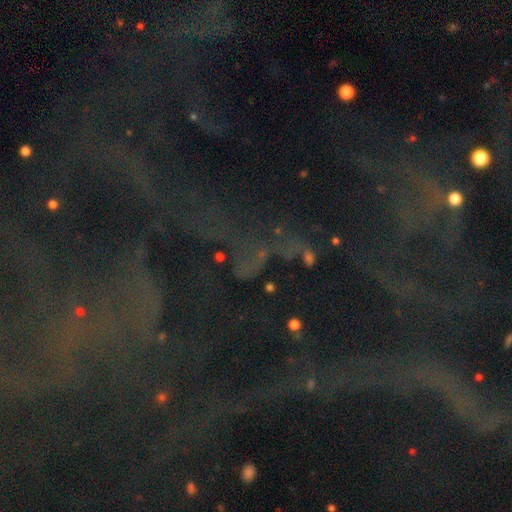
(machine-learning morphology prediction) A star or artifact, not a galaxy (79%).